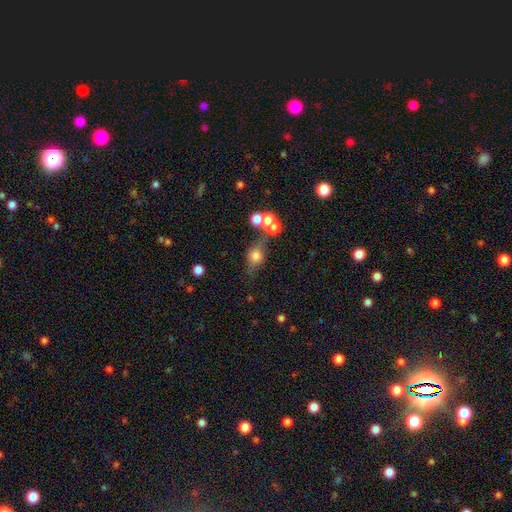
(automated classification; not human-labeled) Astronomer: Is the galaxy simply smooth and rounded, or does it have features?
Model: smooth — 60%.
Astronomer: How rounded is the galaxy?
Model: round — 51% (runner-up: in between, 44%).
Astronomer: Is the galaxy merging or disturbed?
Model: none — 52%.